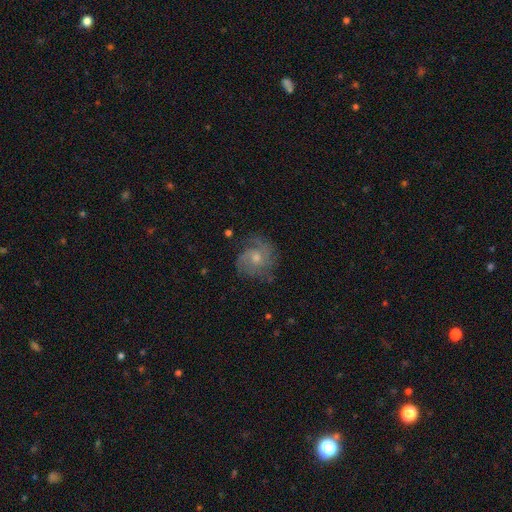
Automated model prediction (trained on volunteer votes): featured or disk 75%, smooth 16%, star or artifact 9%. Down the decision tree: edge-on disk — no (98%); bar — no (70%); spiral arms — yes (93%); spiral arm count — 2 (29%, tied with 3); spiral winding — tight (43%, tied with medium); bulge size — moderate (58%); merging — none (72%).